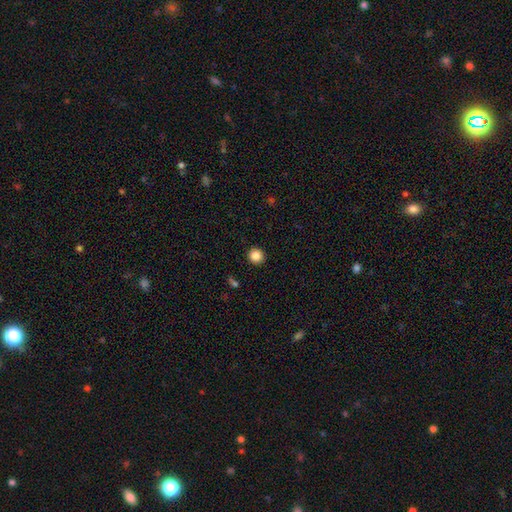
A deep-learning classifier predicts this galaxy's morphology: A smooth galaxy with no disk features (86%) that is round (93%).

Vote fractions:
- Smooth or featured? smooth: 86% / star or artifact: 10% / featured or disk: 4%
- How rounded? round: 93% / in between: 6% / cigar-shaped: 1%
- Merging? none: 92% / minor disturbance: 5% / major disturbance: 2% / merger: 1%